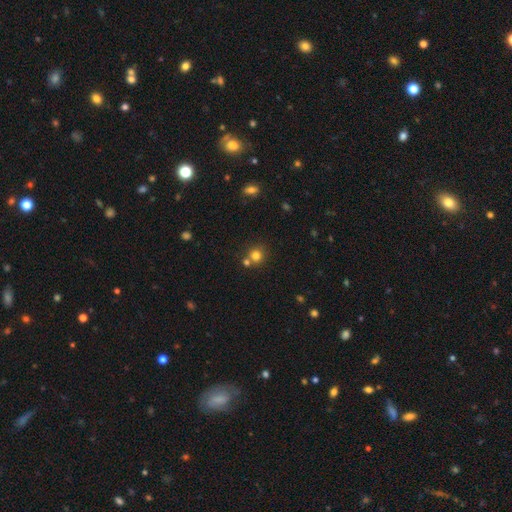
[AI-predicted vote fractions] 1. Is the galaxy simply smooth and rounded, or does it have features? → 78% smooth, 15% star or artifact, 8% featured or disk.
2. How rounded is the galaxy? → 89% round, 10% in between, 1% cigar-shaped.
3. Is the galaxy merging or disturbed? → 63% none, 27% merger, 7% minor disturbance, 3% major disturbance.